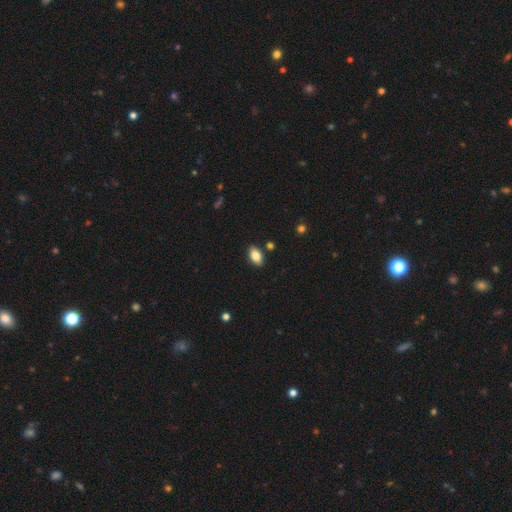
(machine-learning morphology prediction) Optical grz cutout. It shows a smooth galaxy with no disk features (84%) that is in between round and cigar-shaped (92%). Merging: none (87%).